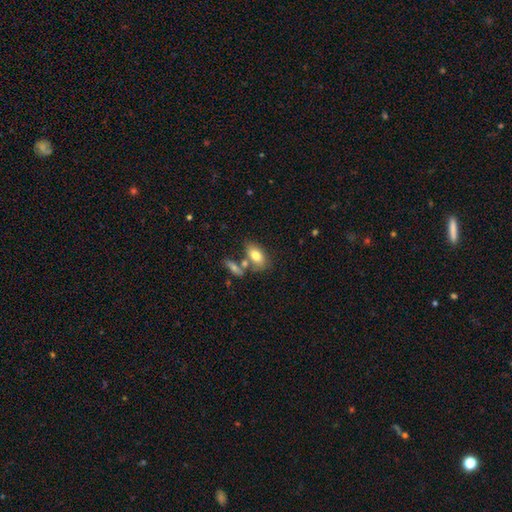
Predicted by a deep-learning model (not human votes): This appears to be a smooth galaxy with no disk features (77%) that is in between round and cigar-shaped (89%). Merging: none (51%).